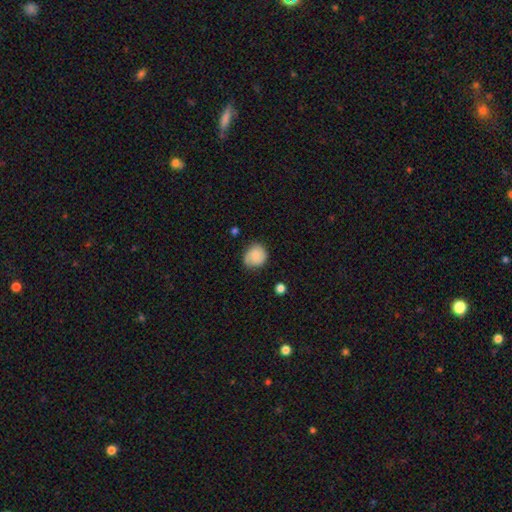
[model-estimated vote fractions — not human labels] Smooth or featured: smooth — 71% (featured or disk — 21%)
How rounded: round — 72% (in between — 27%)
Merging: none — 70% (minor disturbance — 24%)